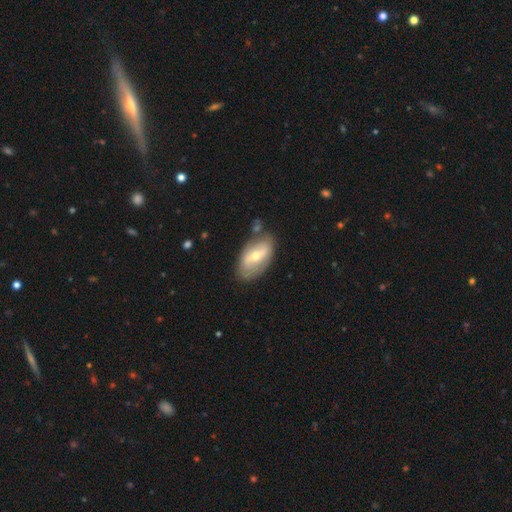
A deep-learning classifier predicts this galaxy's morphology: Smooth or featured: featured or disk — 59% (smooth — 35%)
Edge-on disk: no — 90% (yes — 10%)
Bar: strong — 41% (weak — 38%)
Spiral arms: yes — 50% (tied with no — 50%)
Bulge size: moderate — 57% (small — 38%)
Merging: none — 75% (minor disturbance — 16%)